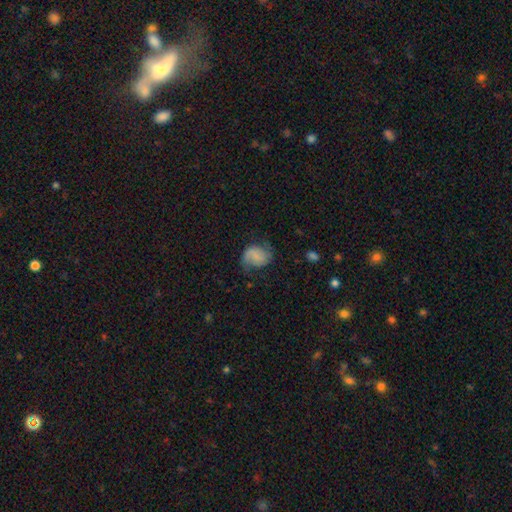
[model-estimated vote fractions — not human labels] Morphology: type=smooth (50%); roundness=in between (52%); merging=none (56%).